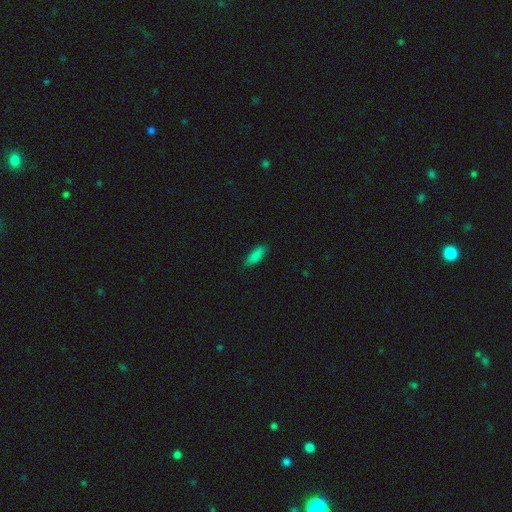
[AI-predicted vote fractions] A smooth galaxy with no disk features (85%) that is in between round and cigar-shaped (68%). Merging: none (83%).